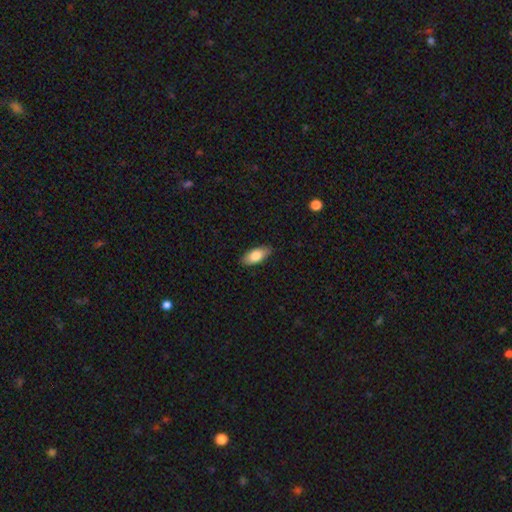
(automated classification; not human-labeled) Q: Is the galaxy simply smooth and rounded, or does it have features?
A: smooth — 82%.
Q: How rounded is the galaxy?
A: in between — 87%.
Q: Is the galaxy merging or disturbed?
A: none — 86%.